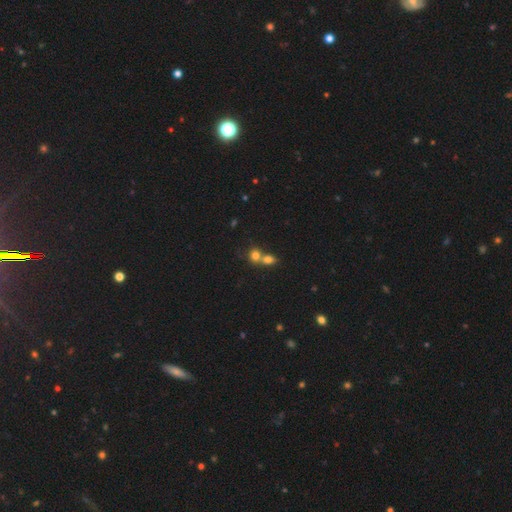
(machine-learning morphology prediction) The model was most divided on "merging": merger: 61%, none: 31%, minor disturbance: 6%, major disturbance: 3%. More confident: smooth or featured — smooth (77%); how rounded — round (68%).